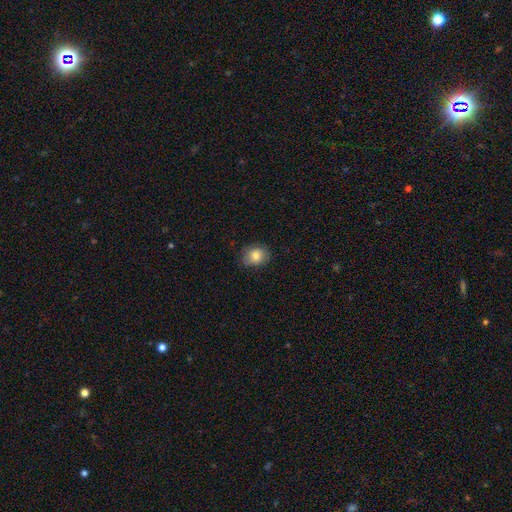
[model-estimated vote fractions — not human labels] This is clearly a smooth galaxy (81%). How rounded: possibly round (50%). Merging: clearly none (81%).